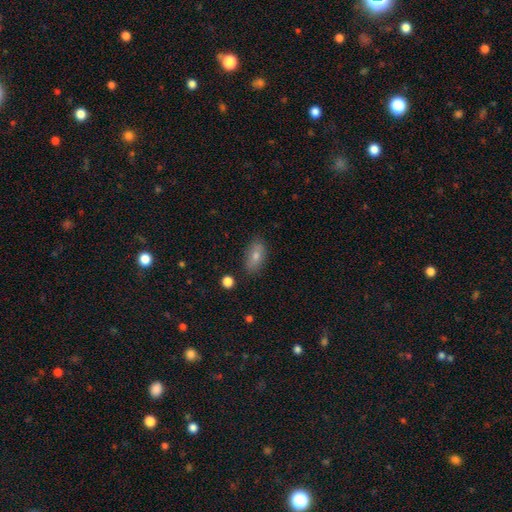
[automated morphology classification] This appears to be a smooth galaxy with no disk features (67%) that is in between round and cigar-shaped (87%). Merging: none (85%).